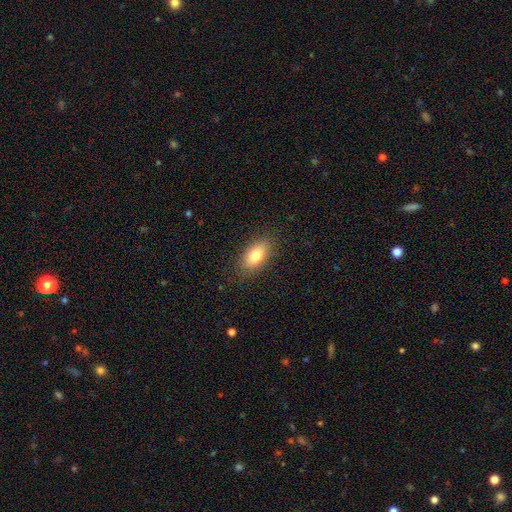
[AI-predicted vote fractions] Overall: smooth (77%). How rounded: in between (87%). Merging: none (85%).